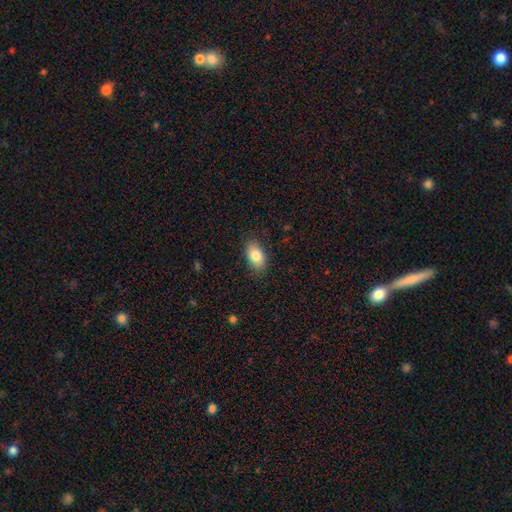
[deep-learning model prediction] This is clearly a smooth galaxy (83%). How rounded: clearly in between (91%). Merging: clearly none (86%).